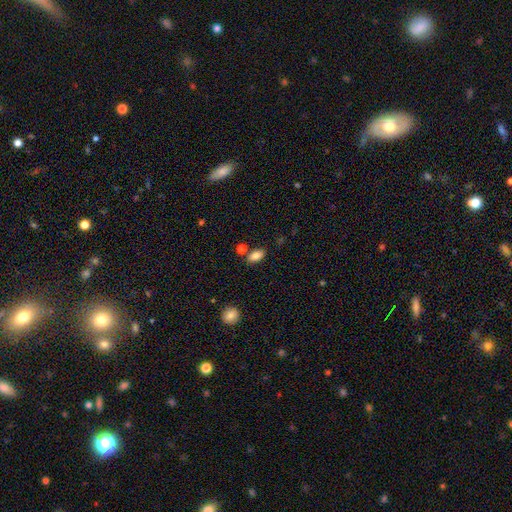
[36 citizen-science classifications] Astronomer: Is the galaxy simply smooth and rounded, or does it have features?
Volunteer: smooth — 94%.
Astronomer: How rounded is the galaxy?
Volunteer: in between — 85%.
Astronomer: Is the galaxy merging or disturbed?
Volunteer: none — 82%.